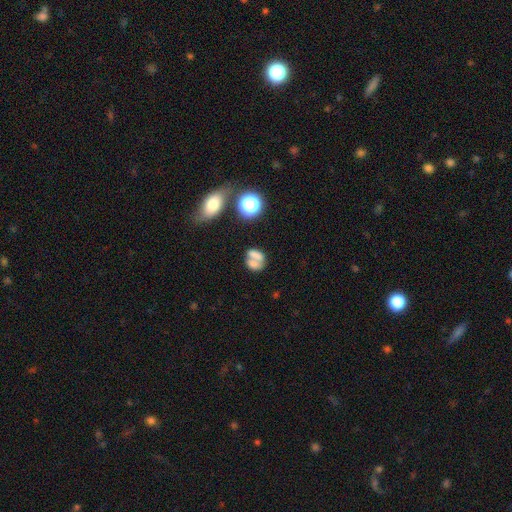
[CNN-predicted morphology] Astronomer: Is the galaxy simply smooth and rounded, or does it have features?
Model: smooth — 59%.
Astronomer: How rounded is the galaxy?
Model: in between — 59% (runner-up: round, 39%).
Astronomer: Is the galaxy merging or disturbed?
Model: merger — 43% (runner-up: none, 31%).